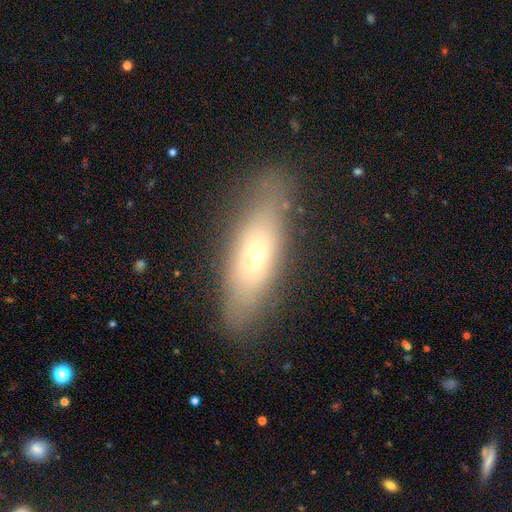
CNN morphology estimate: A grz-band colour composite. It shows a smooth galaxy with no disk features (56%) that is in between round and cigar-shaped (51%). Merging: none (79%).